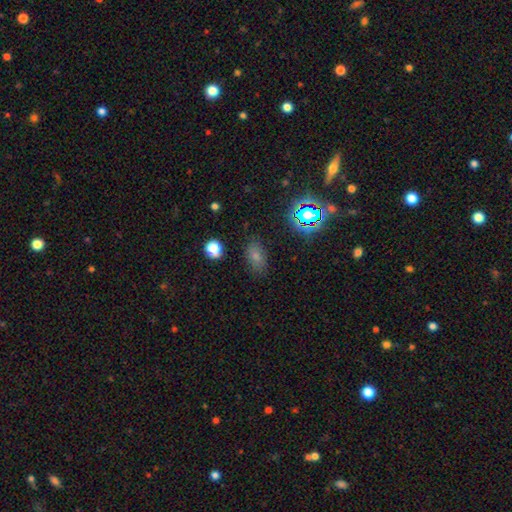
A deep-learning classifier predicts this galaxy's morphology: smooth_or_featured: smooth (p=0.72) [alt: star or artifact p=0.19]
how_rounded: in between (p=0.87) [alt: round p=0.10]
merging: none (p=0.79) [alt: minor disturbance p=0.14]